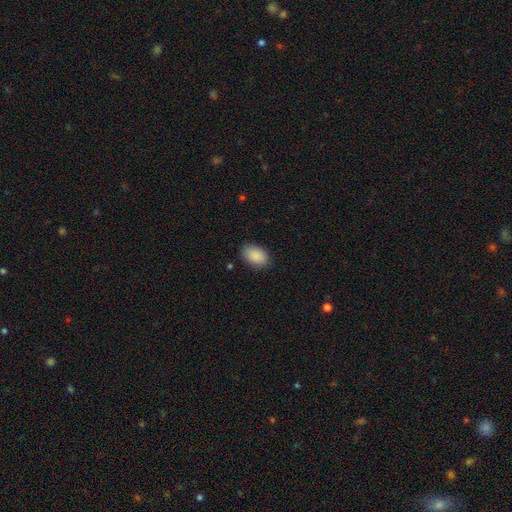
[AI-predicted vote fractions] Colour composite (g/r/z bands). It shows a smooth galaxy with no disk features (89%) that is in between round and cigar-shaped (89%). Merging: none (85%).